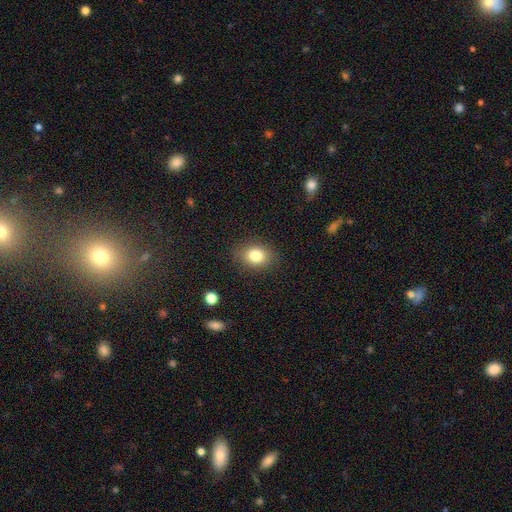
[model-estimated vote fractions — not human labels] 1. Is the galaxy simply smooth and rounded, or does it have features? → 81% smooth, 11% star or artifact, 8% featured or disk.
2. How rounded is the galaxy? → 55% in between, 44% round, 1% cigar-shaped.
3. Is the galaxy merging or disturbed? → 85% none, 11% minor disturbance, 3% major disturbance, 1% merger.